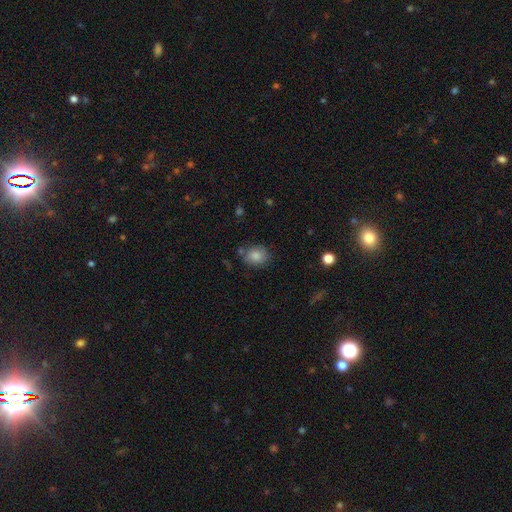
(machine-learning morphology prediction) This is clearly a smooth galaxy (84%). How rounded: possibly round (54%). Merging: likely none (75%).